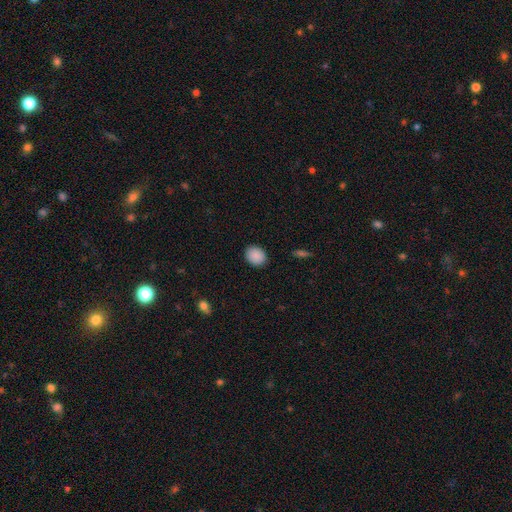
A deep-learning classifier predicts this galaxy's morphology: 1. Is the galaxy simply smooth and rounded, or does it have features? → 90% smooth, 8% star or artifact, 3% featured or disk.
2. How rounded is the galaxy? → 53% round, 46% in between, 1% cigar-shaped.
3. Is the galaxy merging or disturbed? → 89% none, 8% minor disturbance, 2% major disturbance, 1% merger.